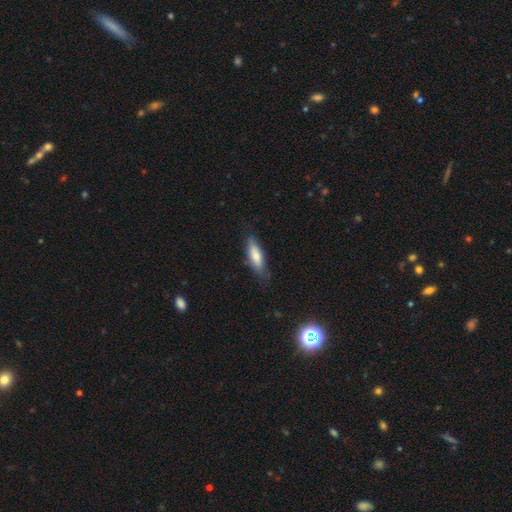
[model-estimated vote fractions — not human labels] Morphology: type=smooth (74%); roundness=cigar-shaped (52%); merging=none (73%).